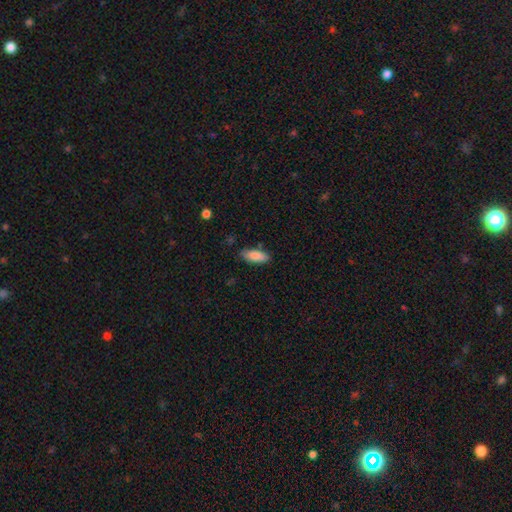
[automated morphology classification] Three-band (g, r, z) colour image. It shows a smooth galaxy with no disk features (85%) that is in between round and cigar-shaped (78%). Merging: none (82%).